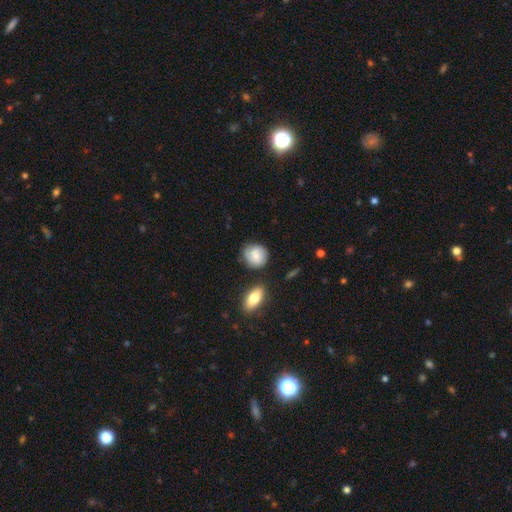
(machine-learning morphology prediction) The model was most divided on "smooth or featured": smooth: 67%, featured or disk: 26%, star or artifact: 7%. More confident: how rounded — round (75%); merging — none (68%).